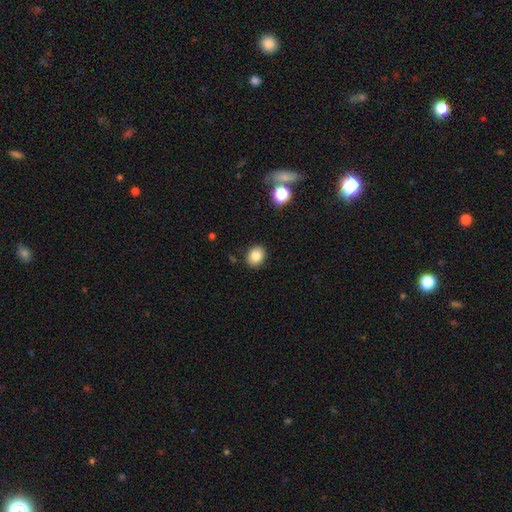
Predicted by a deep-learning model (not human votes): Smooth or featured? smooth (84%)
How rounded? round (62%)
Merging? none (88%)